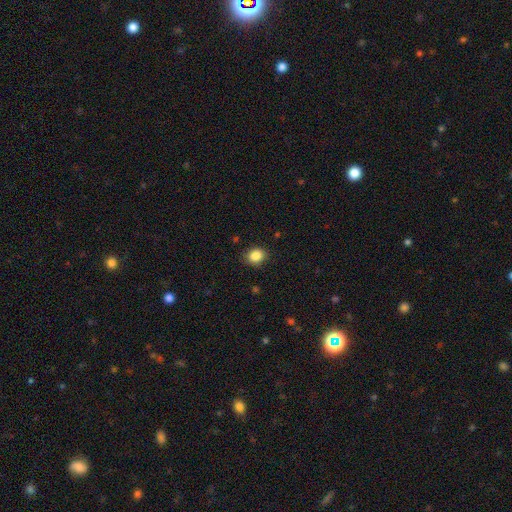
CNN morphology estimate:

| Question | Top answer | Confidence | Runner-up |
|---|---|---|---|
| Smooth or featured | smooth | 87% | star or artifact (9%) |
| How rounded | round | 60% | in between (39%) |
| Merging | none | 86% | minor disturbance (11%) |